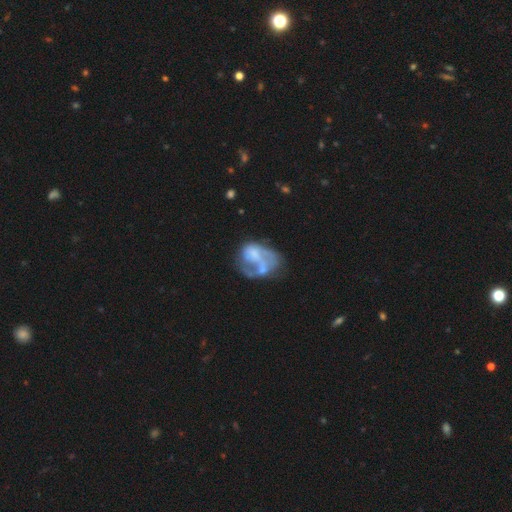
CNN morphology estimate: This is likely a featured or disk galaxy (60%). It is clearly not viewed edge-on (98%). Bar: likely no (79%). Spiral arm pattern: likely no (62%). Central bulge: possibly none (54%). Merging: marginally major disturbance (33%).